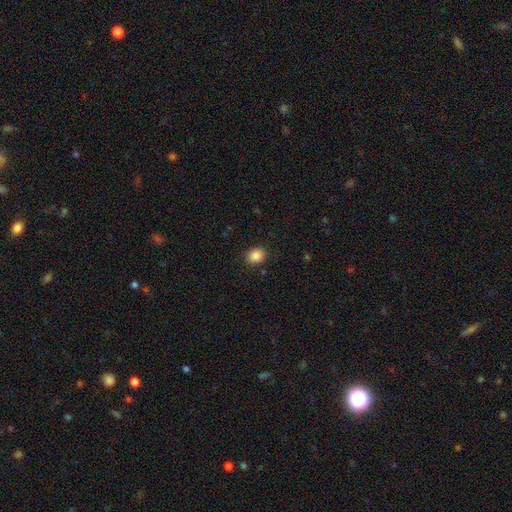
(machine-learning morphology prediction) Smooth or featured? smooth (87%)
How rounded? round (51%)
Merging? none (88%)